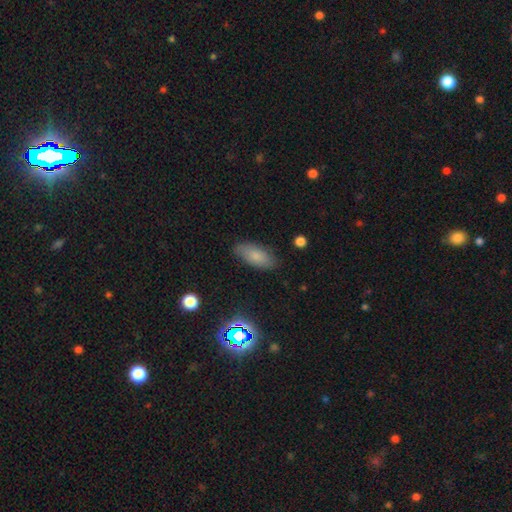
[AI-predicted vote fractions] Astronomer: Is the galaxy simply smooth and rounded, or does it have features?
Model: smooth — 76%.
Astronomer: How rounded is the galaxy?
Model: in between — 88%.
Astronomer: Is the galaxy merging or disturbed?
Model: none — 82%.